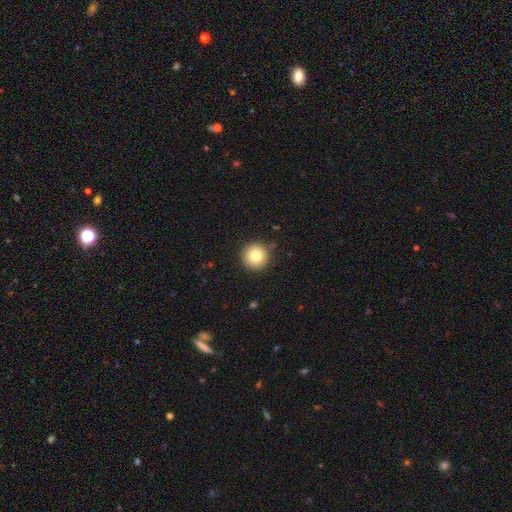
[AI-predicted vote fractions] Morphology: type=smooth (80%); roundness=round (96%); merging=none (88%).